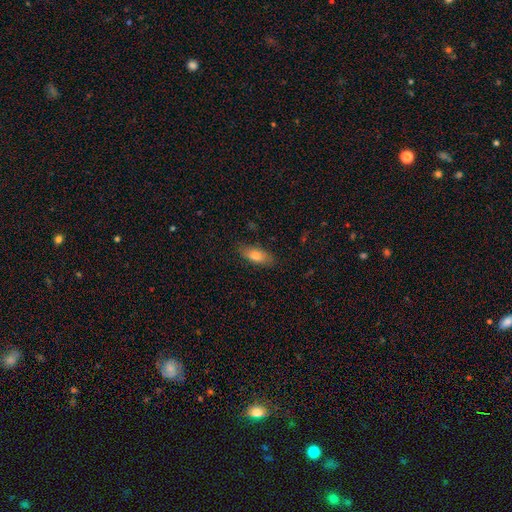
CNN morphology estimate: Smooth or featured? smooth (77%)
How rounded? in between (78%)
Merging? none (84%)